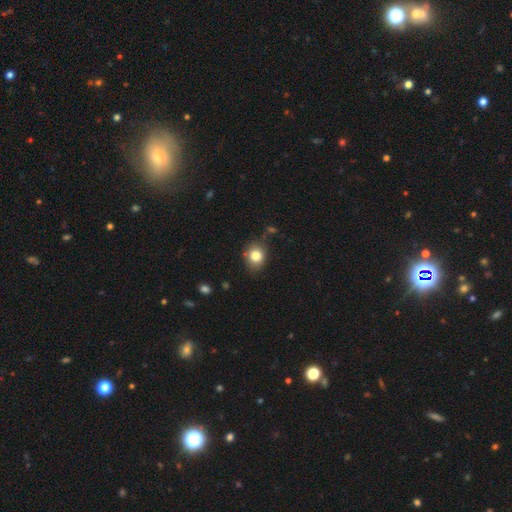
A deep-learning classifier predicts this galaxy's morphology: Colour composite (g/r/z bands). It shows a smooth galaxy with no disk features (82%) that is round (64%). Merging: none (77%).